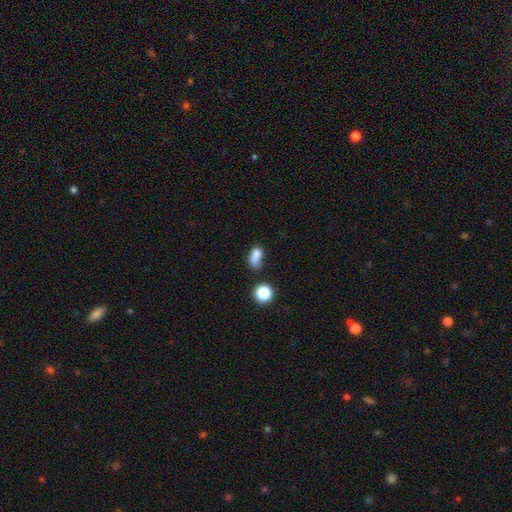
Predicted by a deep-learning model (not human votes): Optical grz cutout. It shows a smooth galaxy with no disk features (73%) that is in between round and cigar-shaped (70%). Merging: merger (37%).